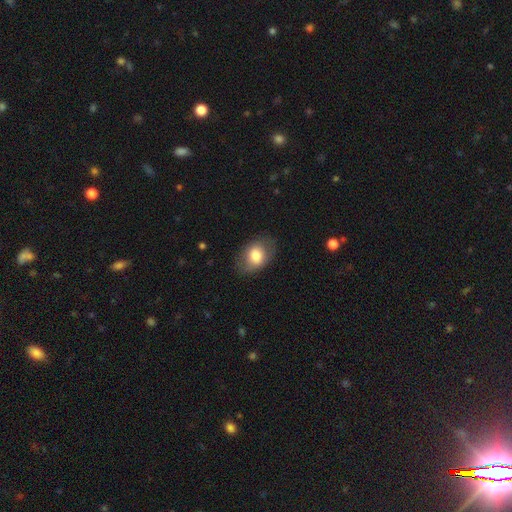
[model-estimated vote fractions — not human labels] Overall: smooth (75%). How rounded: in between (78%). Merging: none (79%).